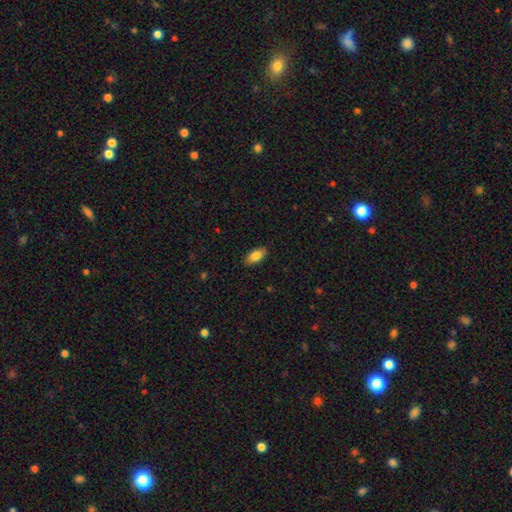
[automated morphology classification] A smooth galaxy with no disk features (84%) that is in between round and cigar-shaped (90%). Merging: none (88%).